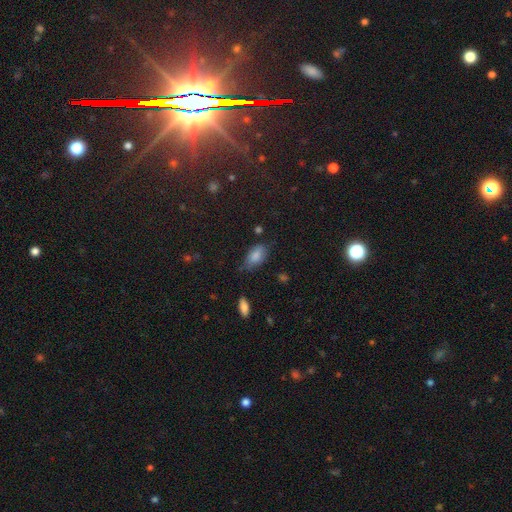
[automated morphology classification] This appears to be a smooth galaxy with no disk features (82%) that is in between round and cigar-shaped (92%). Merging: none (58%).